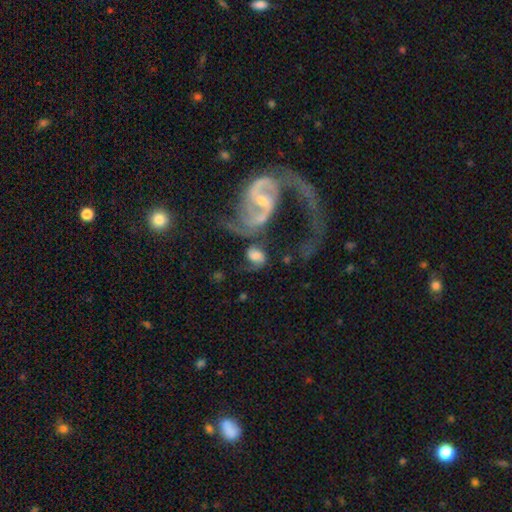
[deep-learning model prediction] Smooth or featured?
  - featured or disk: 55% *
  - smooth: 36%
  - star or artifact: 9%
Edge-on disk?
  - no: 96% *
  - yes: 4%
Bar?
  - no: 41% *
  - weak: 40%
  - strong: 20%
Spiral arms?
  - yes: 86% *
  - no: 14%
Bulge size?
  - moderate: 38% *
  - small: 31%
  - large: 18%
  - none: 9%
  - dominant: 4%
Merging?
  - none: 31% *
  - merger: 29%
  - major disturbance: 23%
  - minor disturbance: 17%